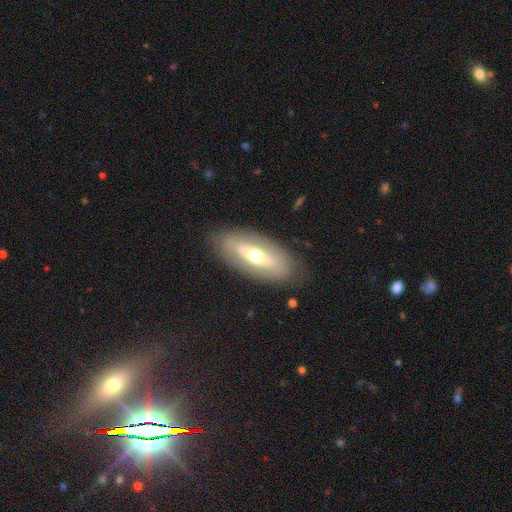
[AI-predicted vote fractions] Morphology: type=featured or disk (56%); edge-on=no (76%); merging=none (82%).